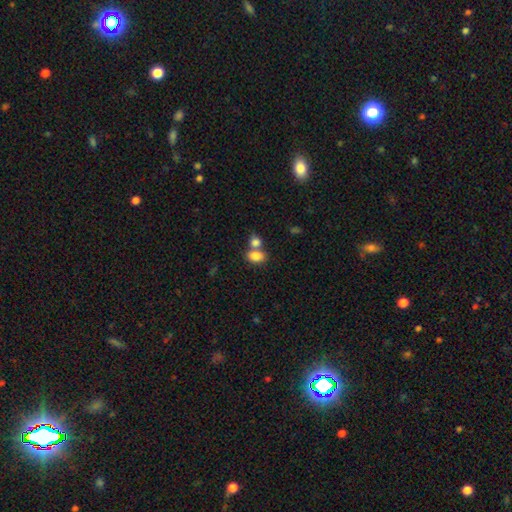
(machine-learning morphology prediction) smooth 83%, star or artifact 9%, featured or disk 8%. Down the decision tree: how rounded — in between (78%); merging — merger (48%).